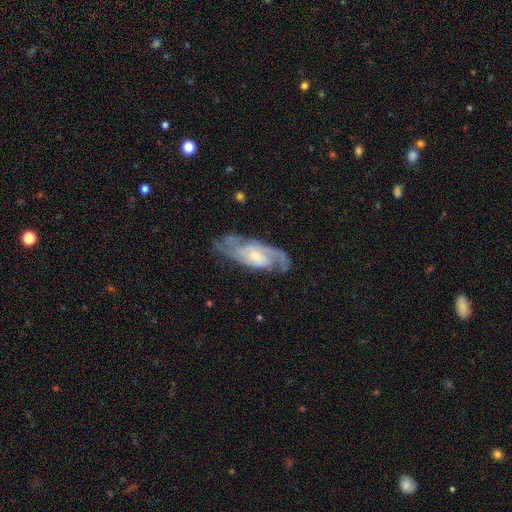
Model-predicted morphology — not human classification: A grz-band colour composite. It shows a featured or disk galaxy (83%) with no bar (54%), 2 (55%) tight (44%) spiral arms (94%) and a small central bulge (53%). Merging: none (67%).